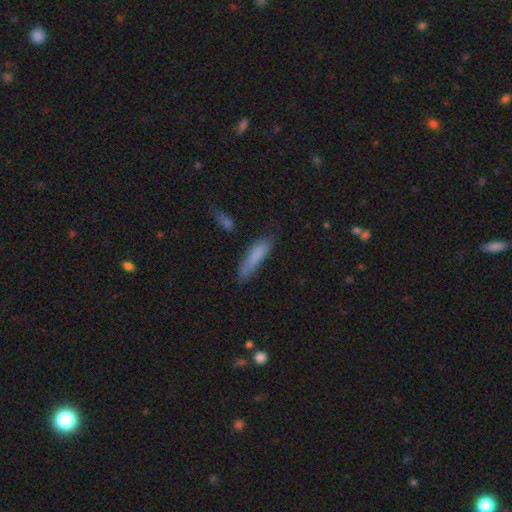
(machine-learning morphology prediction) The model was most divided on "merging": none: 66%, minor disturbance: 23%, major disturbance: 7%, merger: 4%. More confident: how rounded — cigar-shaped (81%); smooth or featured — smooth (80%).